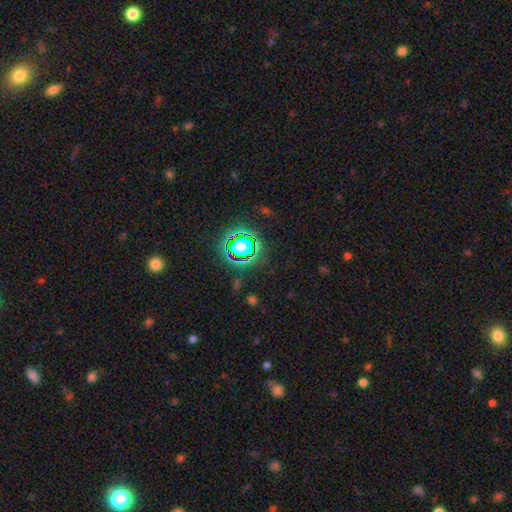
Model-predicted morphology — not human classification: smooth-or-featured: star or artifact: 76% | smooth: 16% | featured or disk: 8%